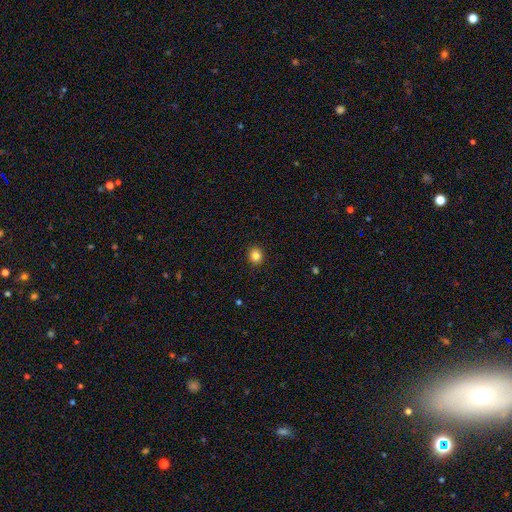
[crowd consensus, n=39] smooth 85%, star or artifact 10%, featured or disk 5%. Down the decision tree: how rounded — round (94%); merging — none (91%).